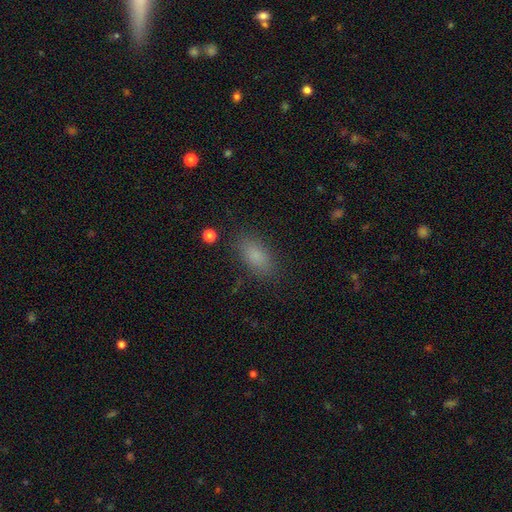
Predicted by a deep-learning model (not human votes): Smooth or featured? smooth (83%)
How rounded? in between (87%)
Merging? none (84%)